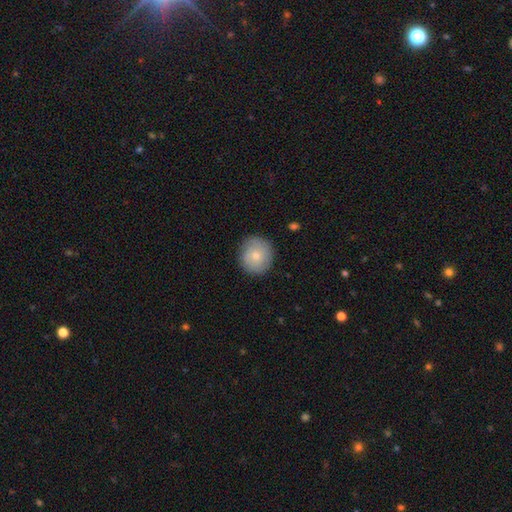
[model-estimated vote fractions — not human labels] smooth-or-featured: smooth: 71% | featured or disk: 22% | star or artifact: 7%
  how-rounded: round: 90% | in between: 9% | cigar-shaped: 1%
  merging: none: 84% | minor disturbance: 12% | major disturbance: 3% | merger: 1%